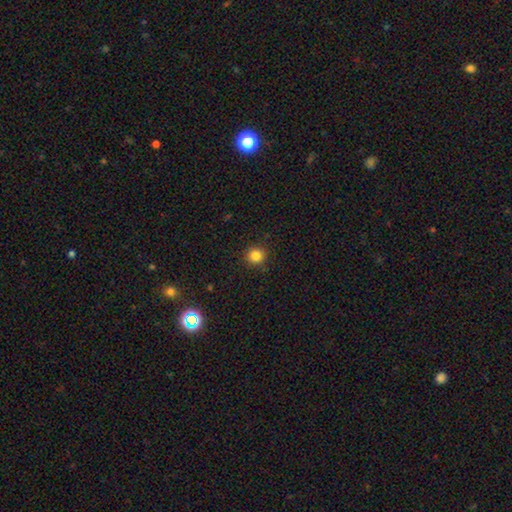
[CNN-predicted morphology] smooth 83%, star or artifact 12%, featured or disk 4%. Down the decision tree: how rounded — round (93%); merging — none (91%).